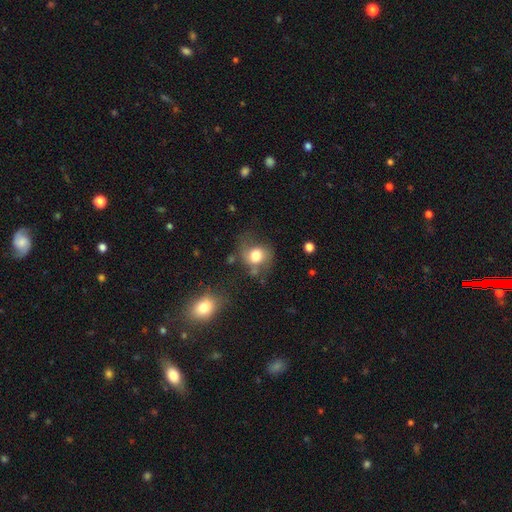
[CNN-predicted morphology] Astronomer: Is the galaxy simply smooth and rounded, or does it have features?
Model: smooth — 68%.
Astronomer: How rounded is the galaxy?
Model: round — 67%.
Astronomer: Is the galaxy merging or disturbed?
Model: none — 50% (runner-up: minor disturbance, 26%).